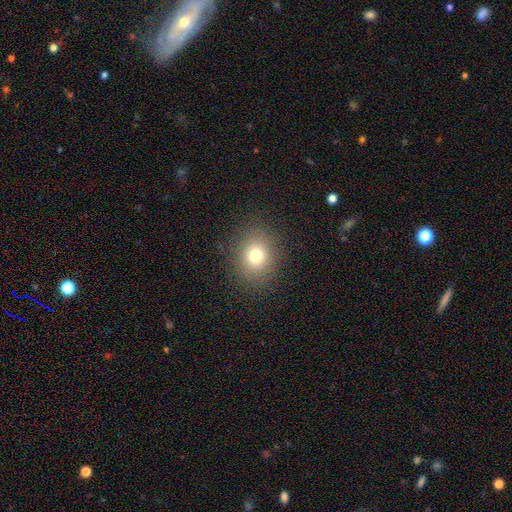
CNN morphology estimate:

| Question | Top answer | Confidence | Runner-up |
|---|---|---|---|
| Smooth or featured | smooth | 76% | star or artifact (15%) |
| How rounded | round | 67% | in between (32%) |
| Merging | none | 87% | minor disturbance (8%) |